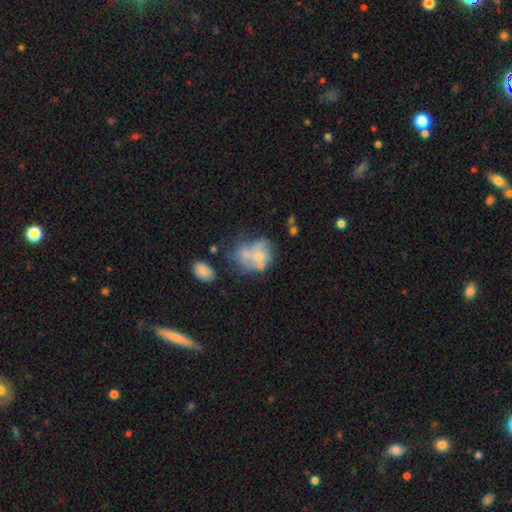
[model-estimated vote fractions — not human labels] A featured or disk galaxy (48%).

Vote fractions:
- Smooth or featured? featured or disk: 48% / smooth: 41% / star or artifact: 11%
- Merging? none: 30% / merger: 28% / major disturbance: 23% / minor disturbance: 19%